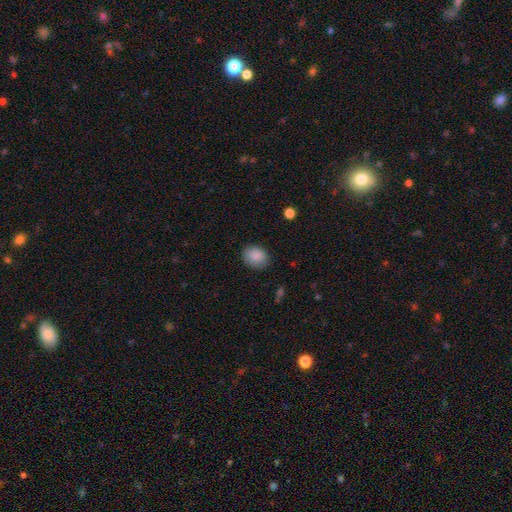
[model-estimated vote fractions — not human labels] smooth_or_featured: smooth (p=0.88) [alt: star or artifact p=0.08]
how_rounded: round (p=0.51) [alt: in between p=0.49]
merging: none (p=0.82) [alt: minor disturbance p=0.14]